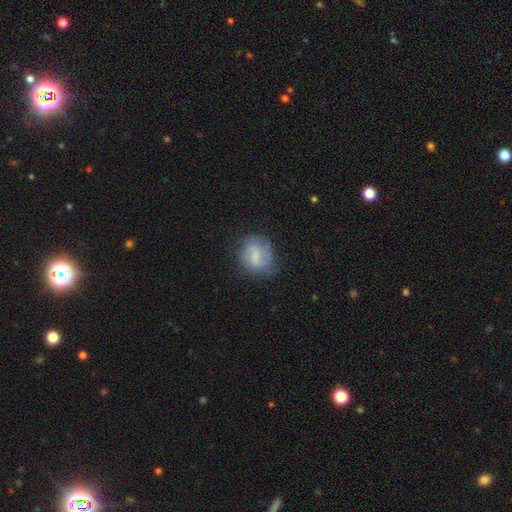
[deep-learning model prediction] Smooth or featured?
  - smooth: 47% *
  - featured or disk: 45%
  - star or artifact: 8%
Merging?
  - none: 66% *
  - minor disturbance: 22%
  - major disturbance: 10%
  - merger: 2%